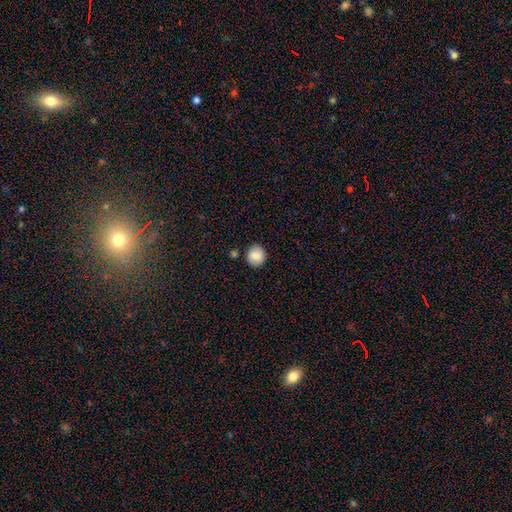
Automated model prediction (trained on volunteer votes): Smooth or featured?
  - smooth: 86% *
  - star or artifact: 8%
  - featured or disk: 5%
How rounded?
  - round: 89% *
  - in between: 10%
  - cigar-shaped: 1%
Merging?
  - none: 87% *
  - minor disturbance: 8%
  - merger: 3%
  - major disturbance: 2%